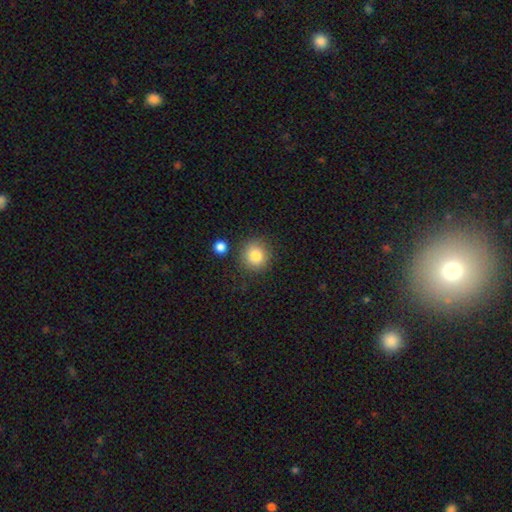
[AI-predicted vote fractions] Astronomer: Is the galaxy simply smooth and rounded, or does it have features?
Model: smooth — 84%.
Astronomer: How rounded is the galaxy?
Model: round — 92%.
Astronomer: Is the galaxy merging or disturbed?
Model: none — 84%.